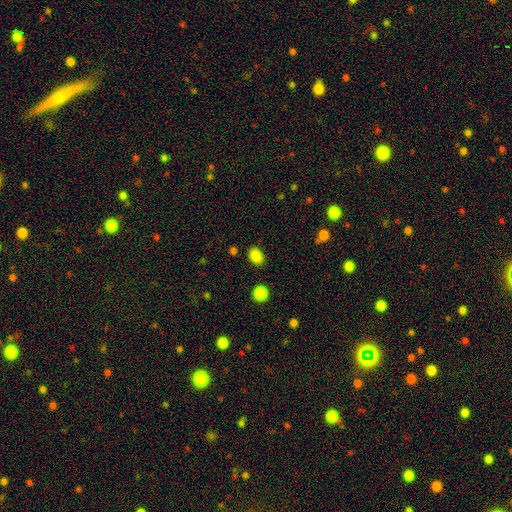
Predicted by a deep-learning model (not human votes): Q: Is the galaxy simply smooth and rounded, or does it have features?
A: smooth — 83%.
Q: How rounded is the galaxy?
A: in between — 69%.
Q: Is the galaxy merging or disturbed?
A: none — 83%.